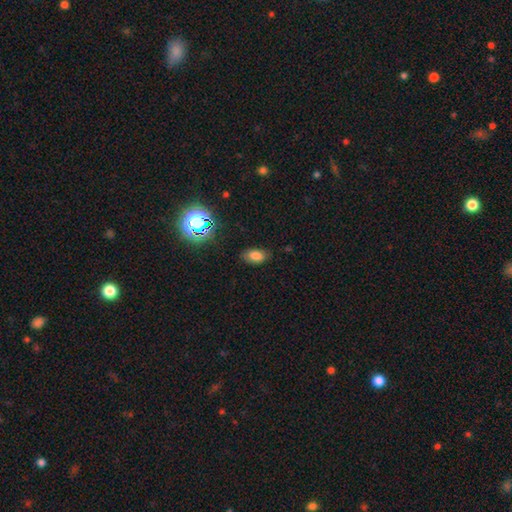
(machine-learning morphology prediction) Smooth or featured: smooth — 77% (star or artifact — 16%)
How rounded: in between — 89% (round — 8%)
Merging: none — 80% (minor disturbance — 15%)